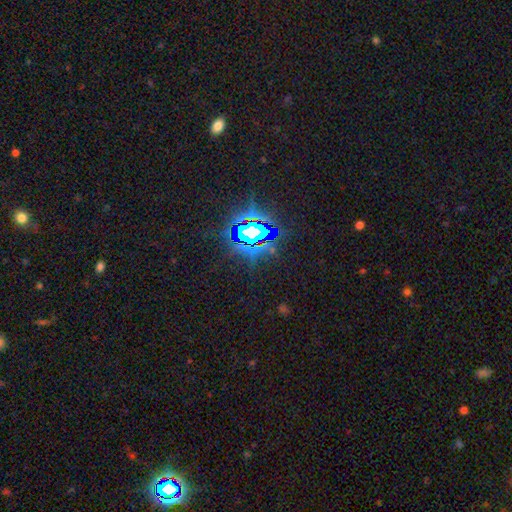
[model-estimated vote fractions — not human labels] Morphology: type=star or artifact (82%).